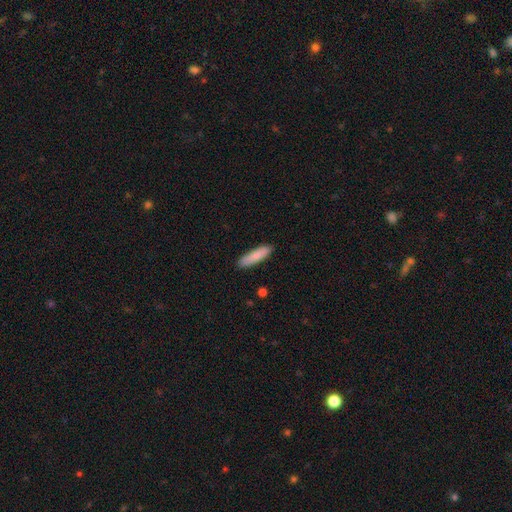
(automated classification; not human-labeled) The model was most divided on "how rounded": cigar-shaped: 72%, in between: 27%, round: 1%. More confident: merging — none (88%); smooth or featured — smooth (85%).